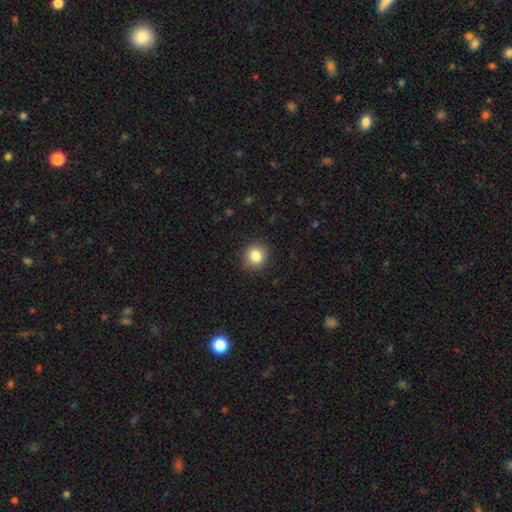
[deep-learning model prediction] This is clearly a smooth galaxy (84%). How rounded: clearly round (88%). Merging: clearly none (90%).